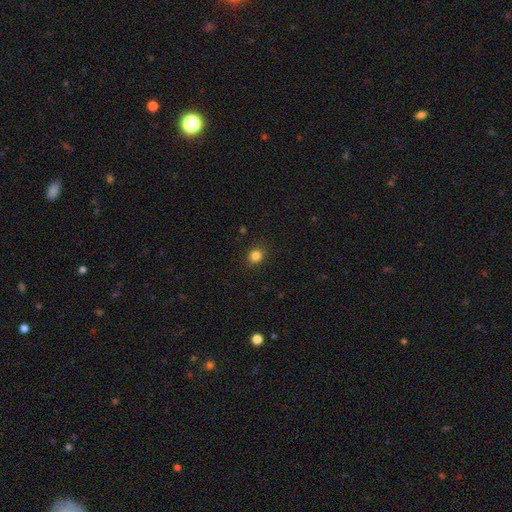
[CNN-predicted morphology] smooth-or-featured: smooth: 84% | star or artifact: 12% | featured or disk: 4%
  how-rounded: round: 74% | in between: 25% | cigar-shaped: 1%
  merging: none: 88% | minor disturbance: 8% | major disturbance: 2% | merger: 1%